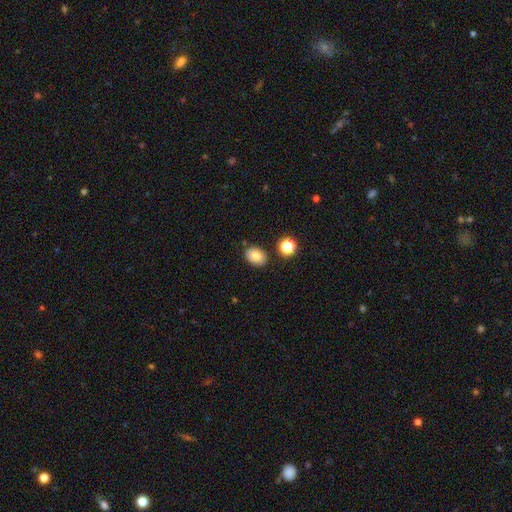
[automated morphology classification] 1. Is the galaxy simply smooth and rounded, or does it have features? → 80% smooth, 10% featured or disk, 10% star or artifact.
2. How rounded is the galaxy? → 76% in between, 23% round, 1% cigar-shaped.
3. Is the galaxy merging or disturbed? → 83% none, 11% minor disturbance, 4% merger, 2% major disturbance.